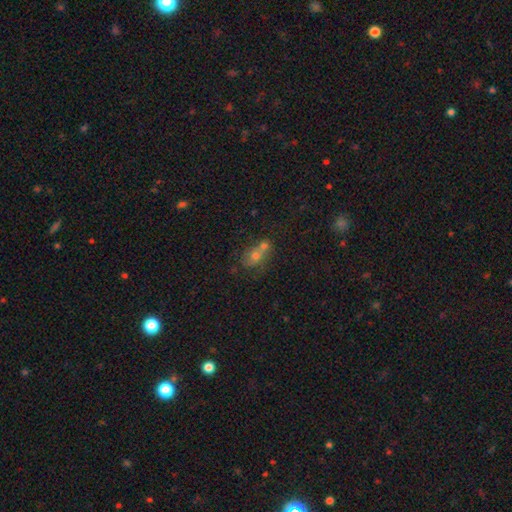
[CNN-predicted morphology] Smooth or featured: smooth — 59% (featured or disk — 24%)
How rounded: in between — 53% (round — 44%)
Merging: merger — 55% (none — 29%)